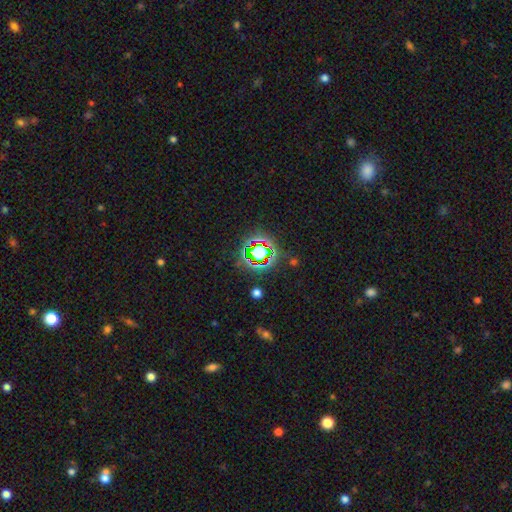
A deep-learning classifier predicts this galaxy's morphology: Smooth or featured: star or artifact — 69% (smooth — 19%)